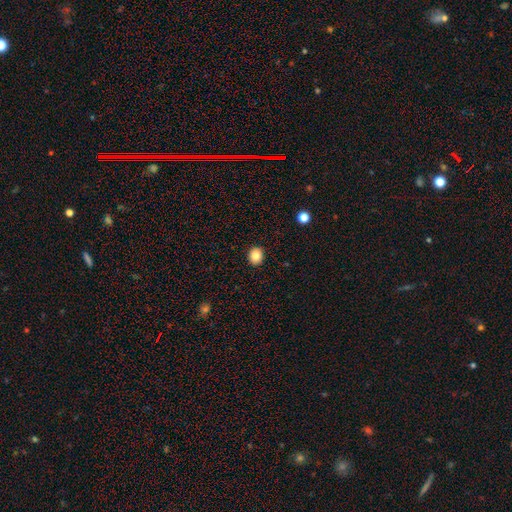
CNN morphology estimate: smooth_or_featured: smooth (p=0.84) [alt: star or artifact p=0.10]
how_rounded: round (p=0.67) [alt: in between p=0.32]
merging: none (p=0.91) [alt: minor disturbance p=0.06]